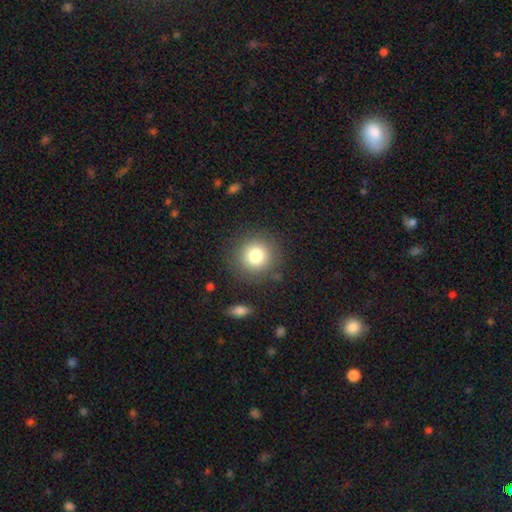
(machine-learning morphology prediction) Overall: smooth (78%). How rounded: round (93%). Merging: none (86%).